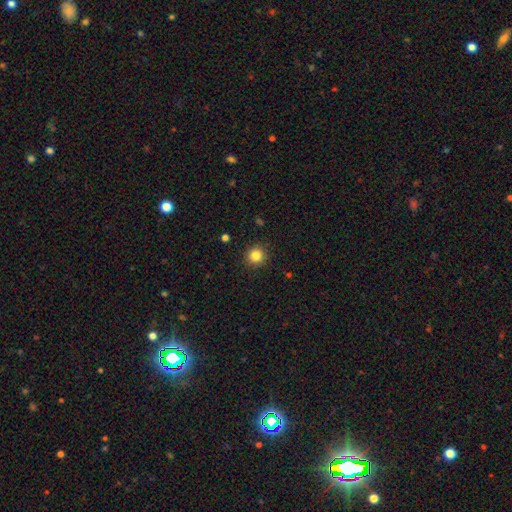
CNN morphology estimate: The model was most divided on "smooth or featured": smooth: 83%, star or artifact: 12%, featured or disk: 5%. More confident: how rounded — round (93%); merging — none (91%).